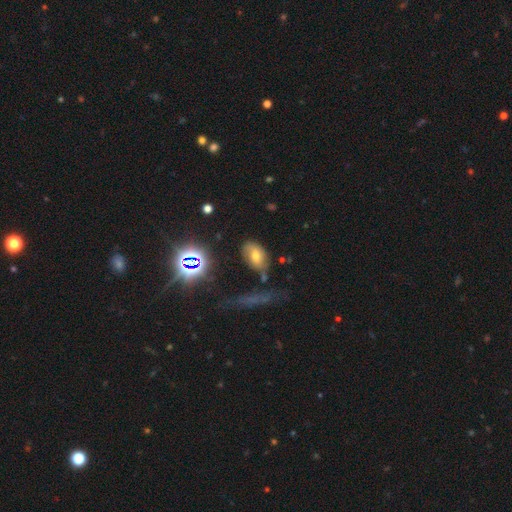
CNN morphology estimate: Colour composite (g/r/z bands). It shows a smooth galaxy with no disk features (58%) that is in between round and cigar-shaped (88%). Merging: none (55%).